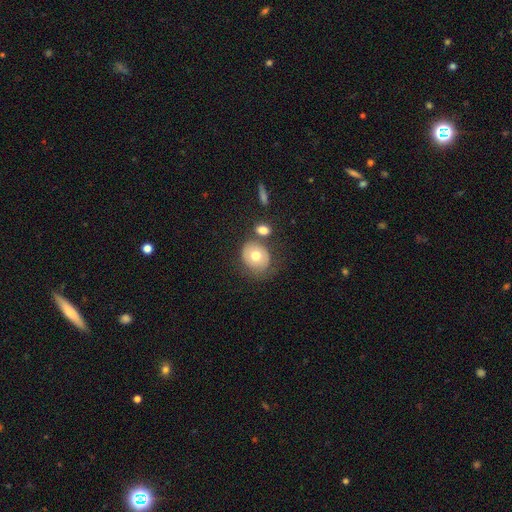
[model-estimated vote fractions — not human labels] Morphology: type=smooth (67%); roundness=round (68%); merging=none (57%).